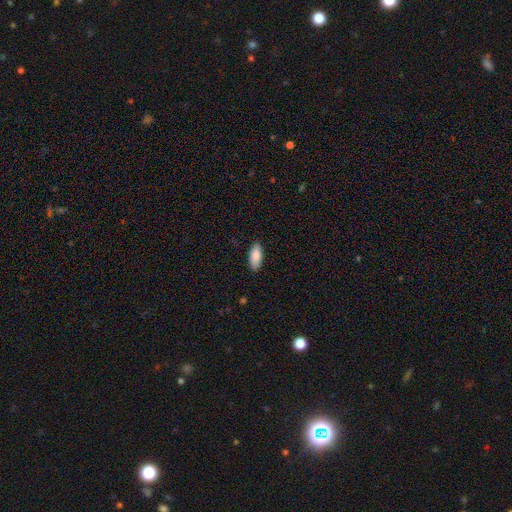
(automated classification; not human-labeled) smooth_or_featured: smooth (p=0.85) [alt: featured or disk p=0.09]
how_rounded: in between (p=0.86) [alt: cigar-shaped p=0.12]
merging: none (p=0.87) [alt: minor disturbance p=0.10]